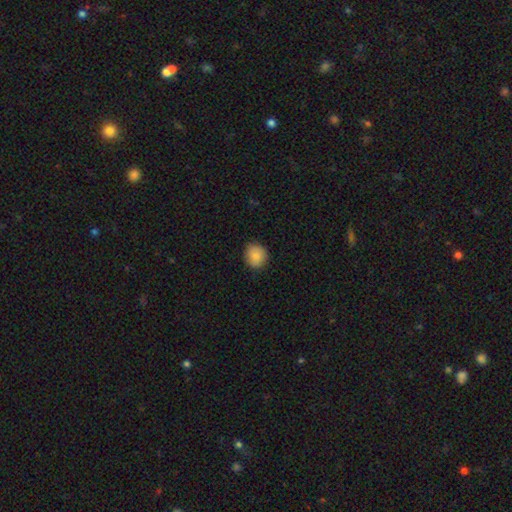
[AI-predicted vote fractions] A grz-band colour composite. It shows a smooth galaxy with no disk features (87%) that is round (80%). Merging: none (86%).